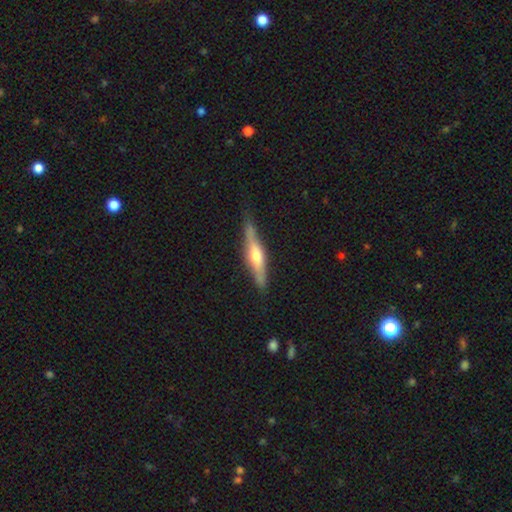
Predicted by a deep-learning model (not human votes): Smooth or featured? featured or disk (62%)
Edge-on disk? yes (95%)
Edge-on bulge? rounded (86%)
Merging? none (80%)